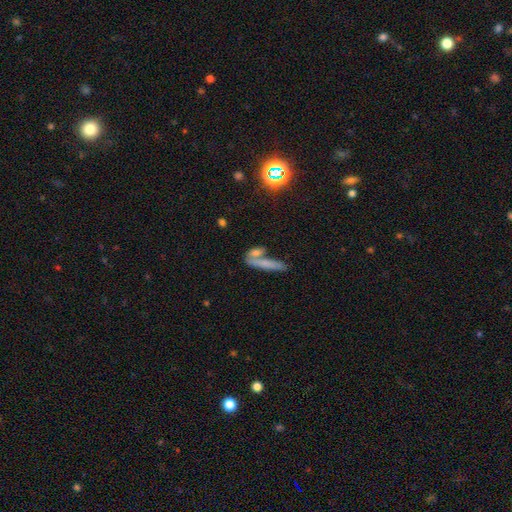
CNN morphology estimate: Smooth or featured? smooth (67%)
How rounded? cigar-shaped (63%)
Merging? none (43%)